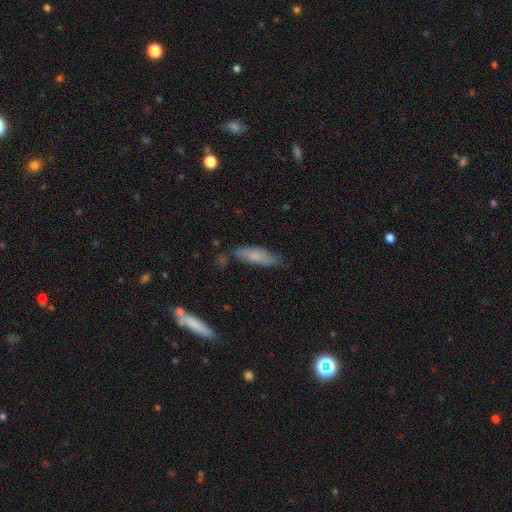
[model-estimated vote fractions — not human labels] smooth_or_featured: smooth (p=0.68) [alt: featured or disk p=0.24]
how_rounded: cigar-shaped (p=0.56) [alt: in between p=0.42]
merging: none (p=0.66) [alt: minor disturbance p=0.24]